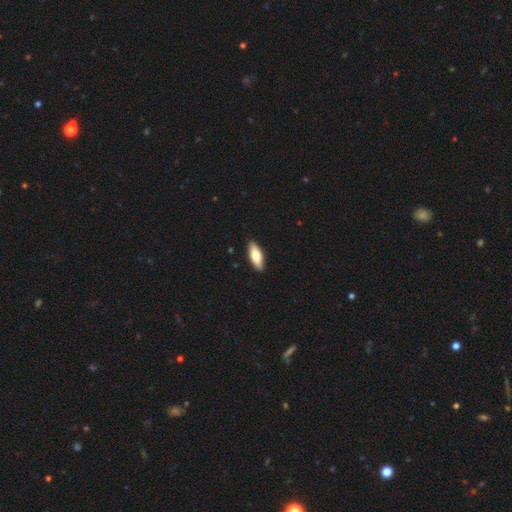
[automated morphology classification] Q: Smooth or featured?
A: smooth (72%); runner-up: featured or disk (23%)
Q: How rounded?
A: in between (66%); runner-up: cigar-shaped (31%)
Q: Merging?
A: none (91%); runner-up: minor disturbance (7%)